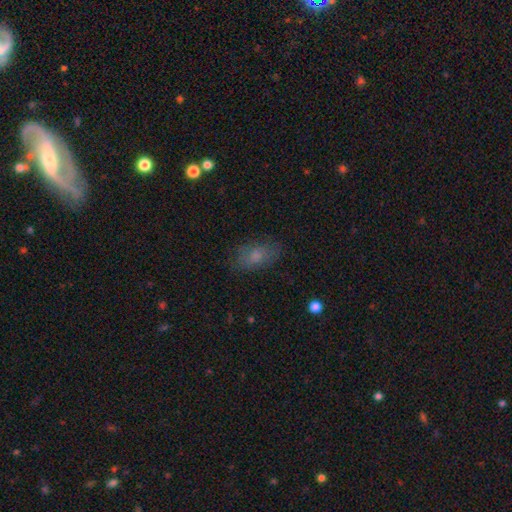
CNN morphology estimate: smooth-or-featured: smooth: 72% | featured or disk: 18% | star or artifact: 11%
  how-rounded: in between: 87% | round: 9% | cigar-shaped: 3%
  merging: none: 75% | minor disturbance: 17% | major disturbance: 6% | merger: 1%